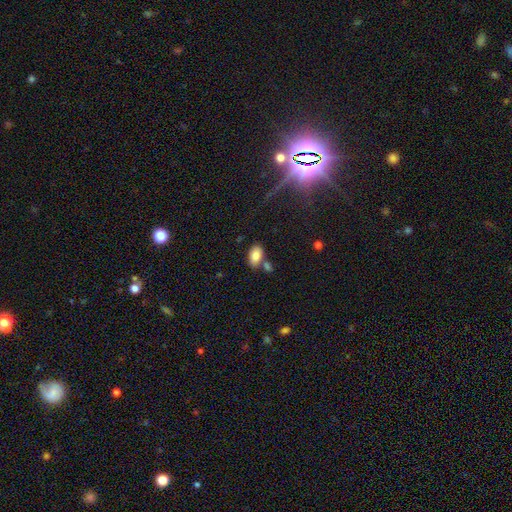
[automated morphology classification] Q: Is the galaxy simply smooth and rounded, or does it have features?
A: smooth — 83%.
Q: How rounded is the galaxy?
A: in between — 92%.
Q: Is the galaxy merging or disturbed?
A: none — 65%.